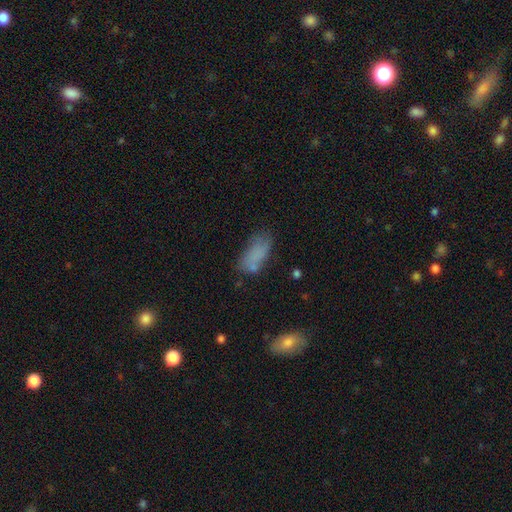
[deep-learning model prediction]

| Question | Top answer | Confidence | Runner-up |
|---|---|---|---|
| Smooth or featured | smooth | 74% | featured or disk (15%) |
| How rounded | in between | 83% | cigar-shaped (14%) |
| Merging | none | 52% | minor disturbance (27%) |